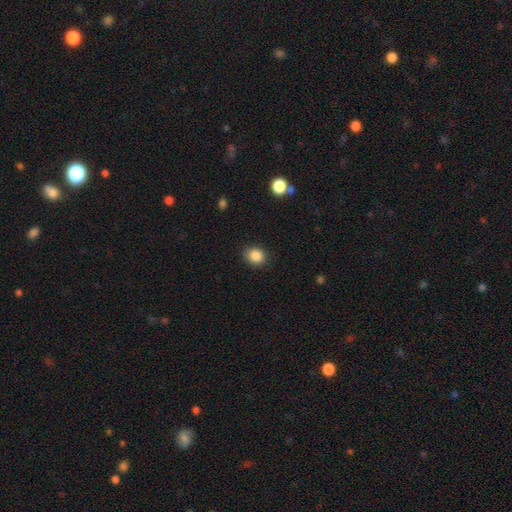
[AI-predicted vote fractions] This is clearly a smooth galaxy (87%). How rounded: likely round (71%). Merging: clearly none (84%).